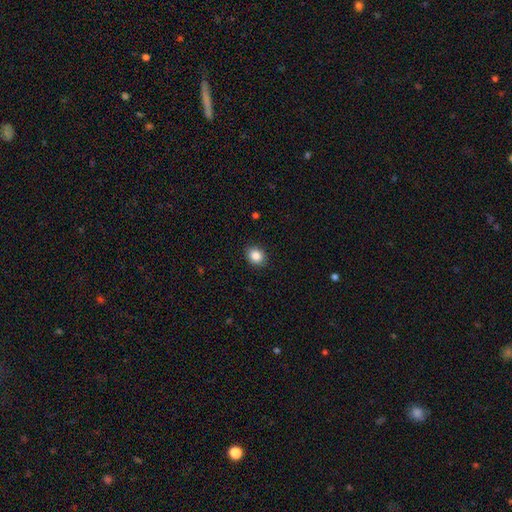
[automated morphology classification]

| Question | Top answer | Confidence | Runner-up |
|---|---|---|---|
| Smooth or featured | smooth | 86% | star or artifact (9%) |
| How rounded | round | 53% | in between (46%) |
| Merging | none | 90% | minor disturbance (7%) |